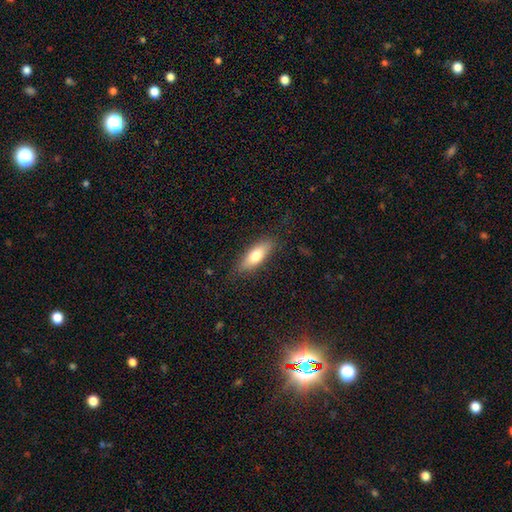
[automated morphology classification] Smooth or featured: smooth — 71% (featured or disk — 22%)
How rounded: in between — 63% (cigar-shaped — 34%)
Merging: none — 84% (minor disturbance — 12%)